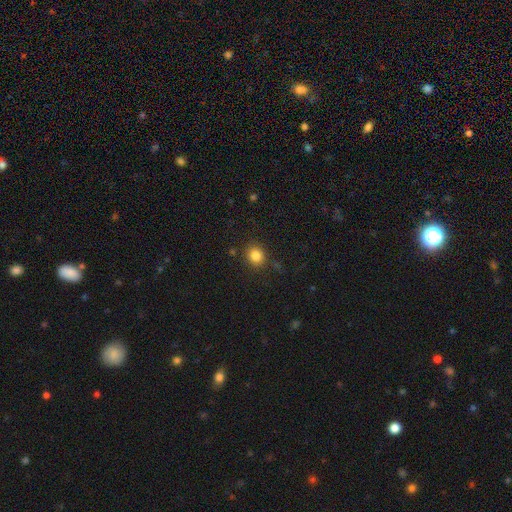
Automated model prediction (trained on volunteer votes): smooth_or_featured: smooth (p=0.84) [alt: star or artifact p=0.11]
how_rounded: round (p=0.84) [alt: in between p=0.15]
merging: none (p=0.86) [alt: minor disturbance p=0.09]